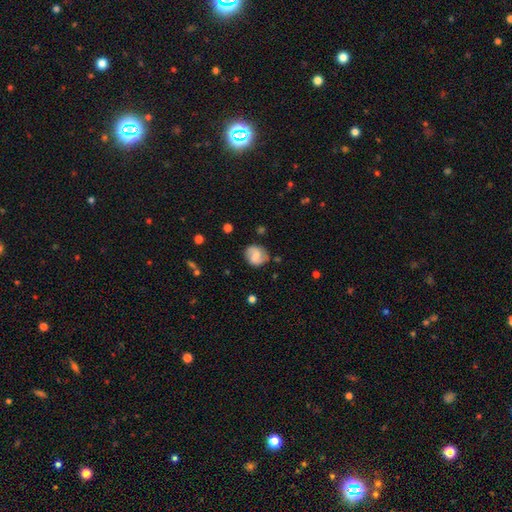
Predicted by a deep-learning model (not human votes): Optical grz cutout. It shows a smooth galaxy with no disk features (47%). Merging: none (75%).